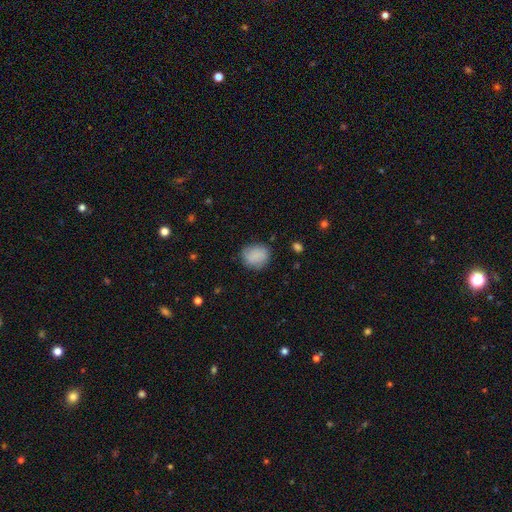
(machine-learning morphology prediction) Smooth or featured: smooth — 82% (featured or disk — 11%)
How rounded: round — 72% (in between — 27%)
Merging: none — 78% (minor disturbance — 16%)